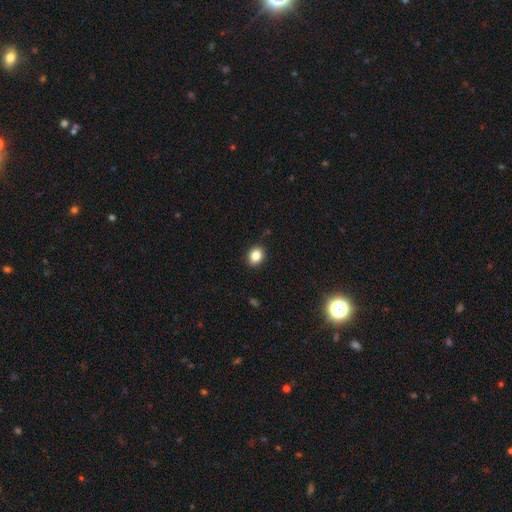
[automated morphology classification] Smooth or featured: smooth — 85% (star or artifact — 10%)
How rounded: in between — 50% (round — 49%)
Merging: none — 88% (minor disturbance — 9%)